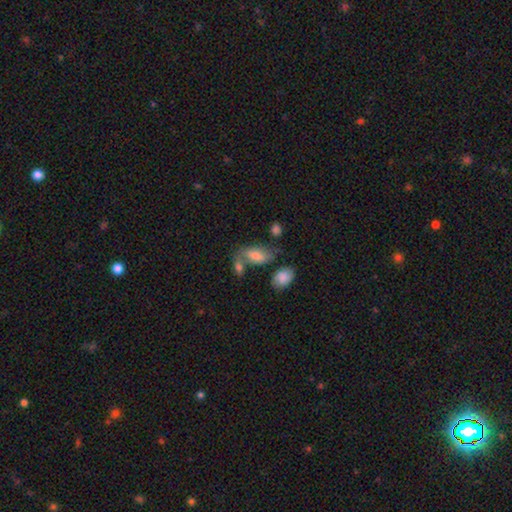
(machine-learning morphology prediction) smooth_or_featured: smooth (p=0.69) [alt: featured or disk p=0.20]
how_rounded: in between (p=0.89) [alt: cigar-shaped p=0.06]
merging: none (p=0.43) [alt: merger p=0.27]